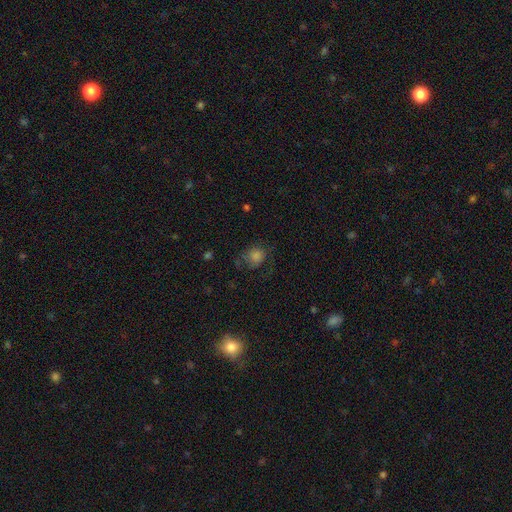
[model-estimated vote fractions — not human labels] smooth 61%, featured or disk 20%, star or artifact 19%. Down the decision tree: how rounded — round (76%); merging — none (58%).